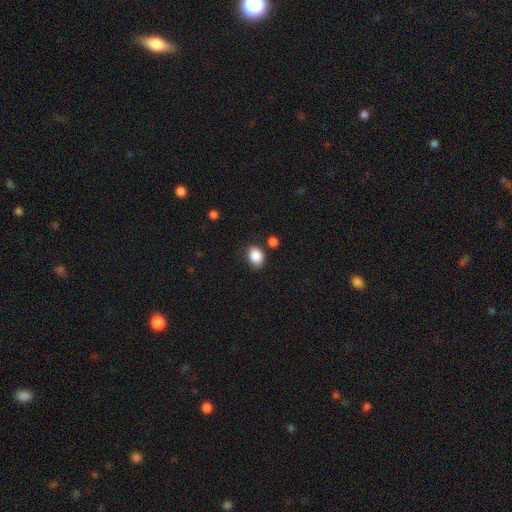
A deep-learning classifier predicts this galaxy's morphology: This appears to be a smooth galaxy with no disk features (88%) that is in between round and cigar-shaped (60%). Merging: none (76%).